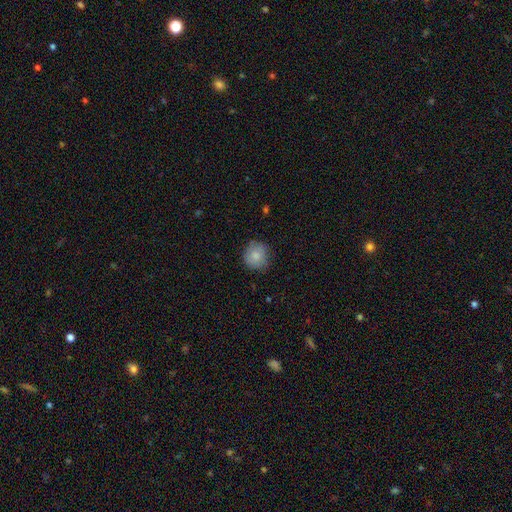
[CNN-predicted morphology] smooth-or-featured: smooth: 83% | featured or disk: 9% | star or artifact: 8%
  how-rounded: round: 90% | in between: 9% | cigar-shaped: 1%
  merging: none: 79% | minor disturbance: 16% | major disturbance: 3% | merger: 1%